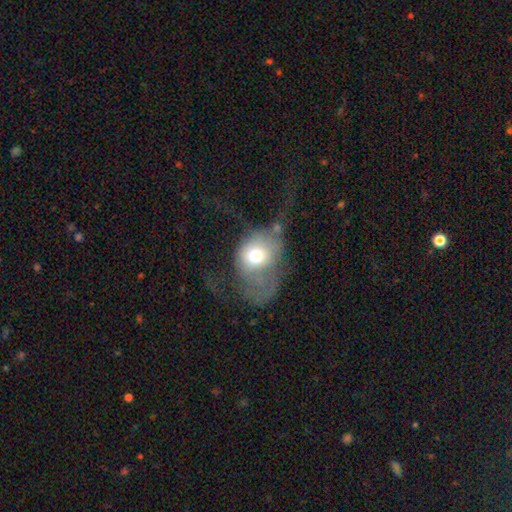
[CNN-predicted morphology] Q: Smooth or featured?
A: smooth (59%); runner-up: featured or disk (30%)
Q: How rounded?
A: round (52%); runner-up: in between (47%)
Q: Merging?
A: major disturbance (60%); runner-up: minor disturbance (17%)